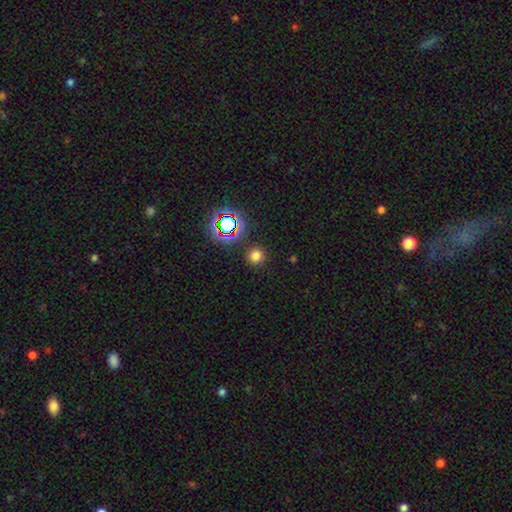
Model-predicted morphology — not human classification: A smooth galaxy with no disk features (73%) that is round (94%).

Vote fractions:
- Smooth or featured? smooth: 73% / star or artifact: 22% / featured or disk: 5%
- How rounded? round: 94% / in between: 5% / cigar-shaped: 1%
- Merging? none: 90% / minor disturbance: 6% / major disturbance: 2% / merger: 2%